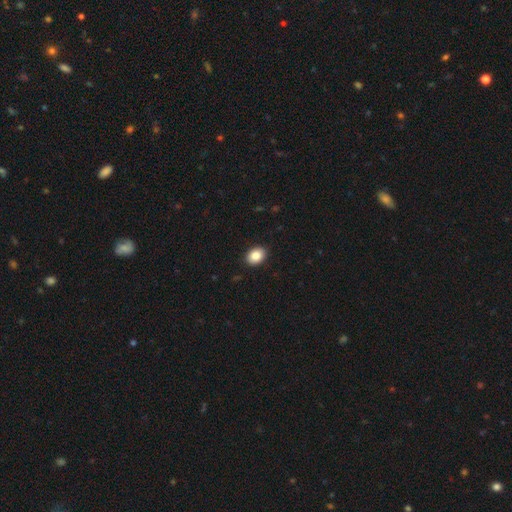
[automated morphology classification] smooth 87%, star or artifact 8%, featured or disk 5%. Down the decision tree: how rounded — in between (70%); merging — none (90%).